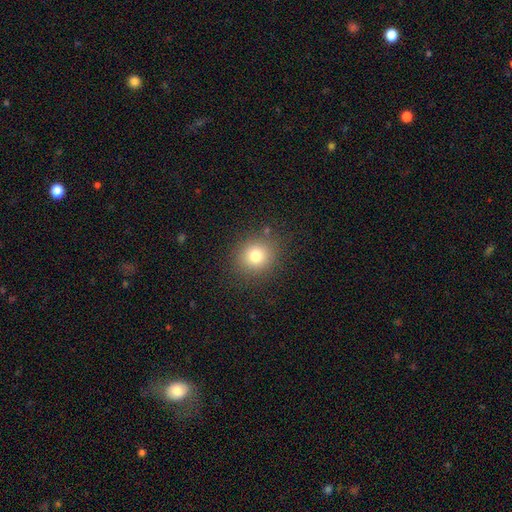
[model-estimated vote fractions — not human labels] This appears to be a smooth galaxy with no disk features (78%) that is round (83%). Merging: none (85%).